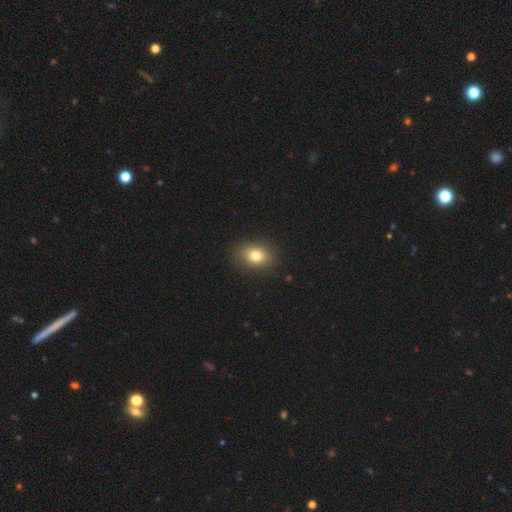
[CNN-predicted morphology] Smooth or featured? Predicted: smooth (p=0.80). How rounded? Predicted: in between (p=0.64). Merging? Predicted: none (p=0.87).